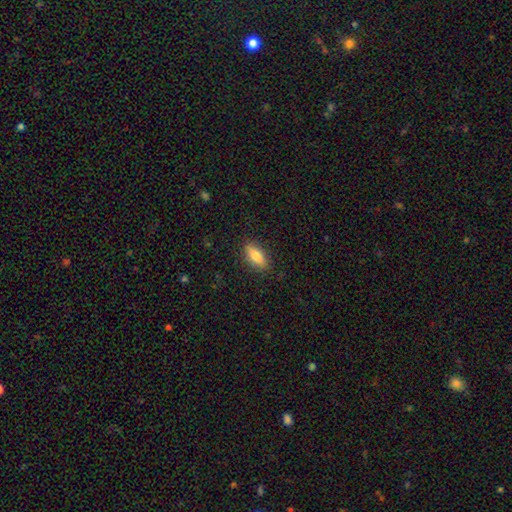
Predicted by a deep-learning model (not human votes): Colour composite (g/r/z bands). It shows a smooth galaxy with no disk features (82%) that is in between round and cigar-shaped (78%). Merging: none (87%).